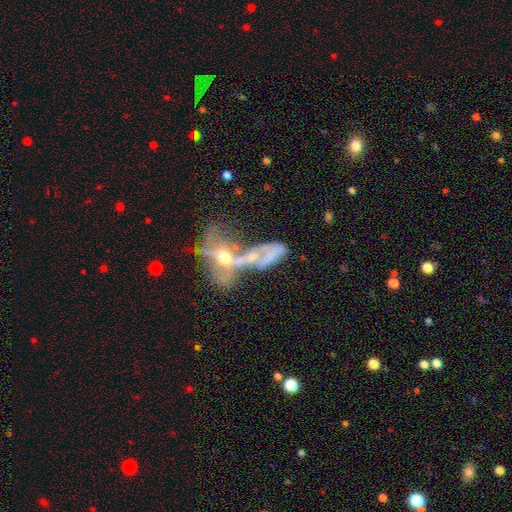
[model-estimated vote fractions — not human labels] Smooth or featured: featured or disk — 64% (smooth — 22%)
Edge-on disk: no — 82% (yes — 18%)
Bar: no — 74% (weak — 17%)
Spiral arms: no — 62% (yes — 38%)
Bulge size: moderate — 54% (small — 28%)
Merging: merger — 69% (major disturbance — 15%)